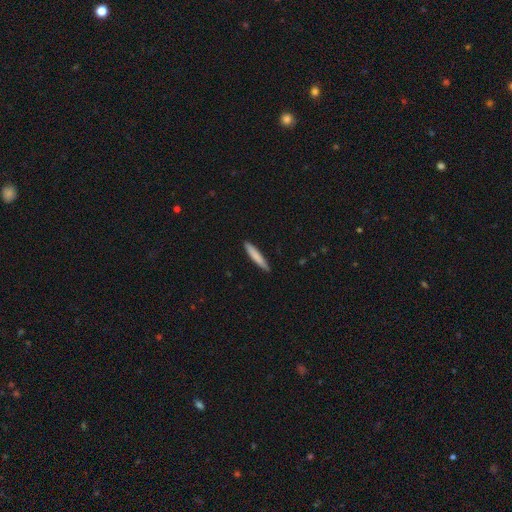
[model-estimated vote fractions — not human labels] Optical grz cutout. It shows a smooth galaxy with no disk features (79%) that is cigar-shaped (93%). Merging: none (89%).